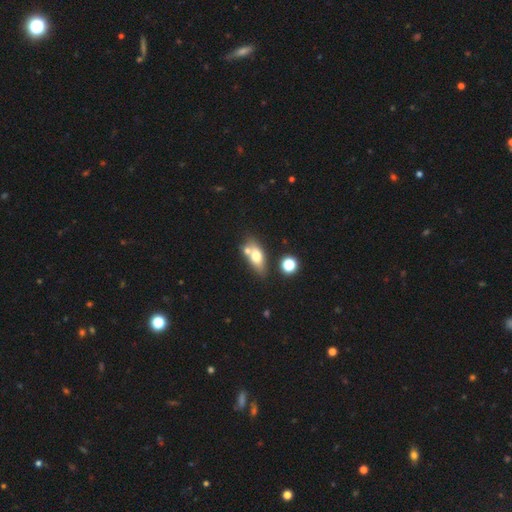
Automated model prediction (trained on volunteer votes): Smooth or featured?
  - smooth: 65% *
  - featured or disk: 26%
  - star or artifact: 9%
How rounded?
  - in between: 74% *
  - cigar-shaped: 16%
  - round: 11%
Merging?
  - none: 54% *
  - merger: 28%
  - minor disturbance: 14%
  - major disturbance: 5%